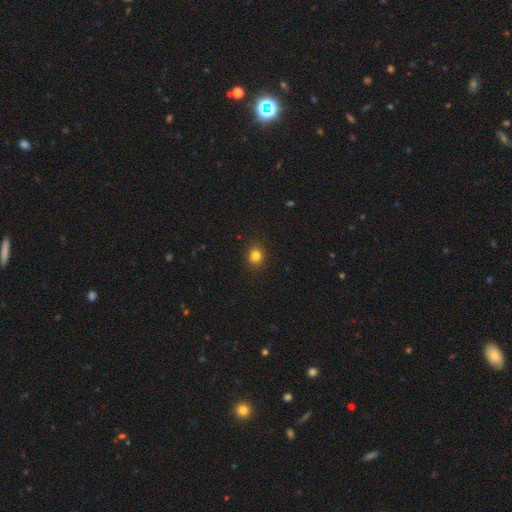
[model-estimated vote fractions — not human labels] smooth 82%, star or artifact 13%, featured or disk 5%. Down the decision tree: how rounded — round (76%); merging — none (90%).